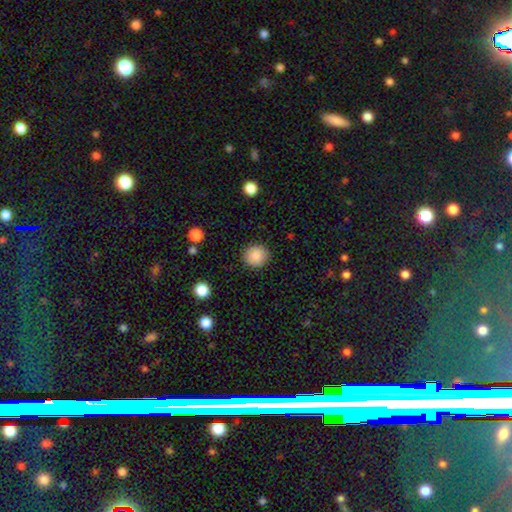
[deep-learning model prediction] The model was most divided on "smooth or featured": smooth: 88%, star or artifact: 8%, featured or disk: 4%. More confident: how rounded — round (90%); merging — none (90%).